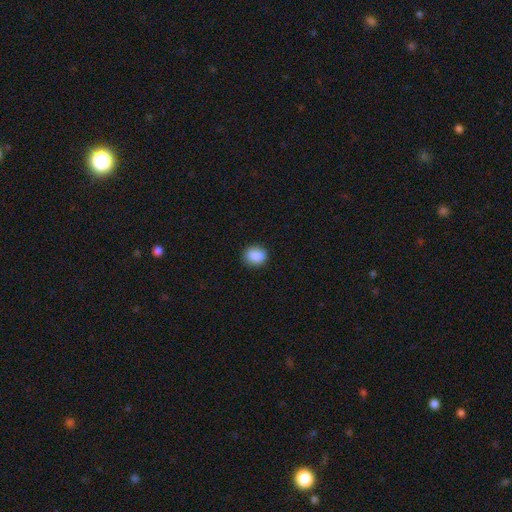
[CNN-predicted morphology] Overall: smooth (89%). How rounded: round (66%; in between 33%). Merging: none (87%).